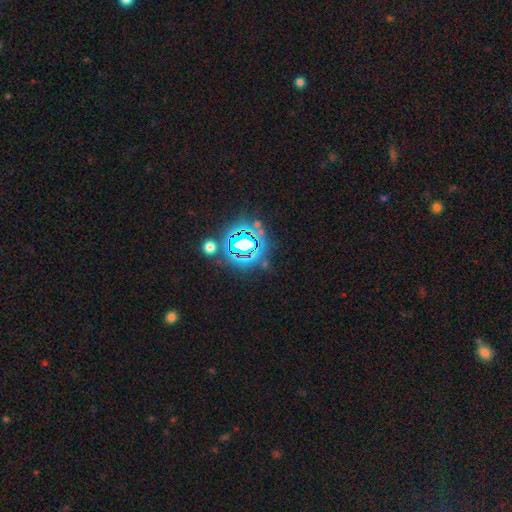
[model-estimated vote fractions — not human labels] A star or artifact, not a galaxy (81%).

Vote fractions:
- Smooth or featured? star or artifact: 81% / smooth: 11% / featured or disk: 8%